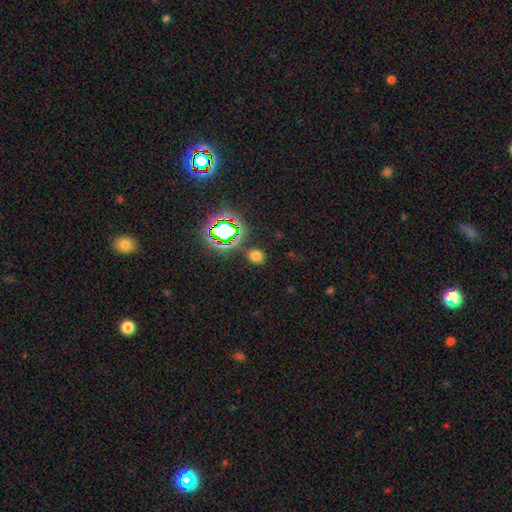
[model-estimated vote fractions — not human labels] Smooth or featured?
  - smooth: 67% *
  - star or artifact: 27%
  - featured or disk: 6%
How rounded?
  - round: 79% *
  - in between: 19%
  - cigar-shaped: 1%
Merging?
  - none: 85% *
  - minor disturbance: 8%
  - merger: 4%
  - major disturbance: 3%